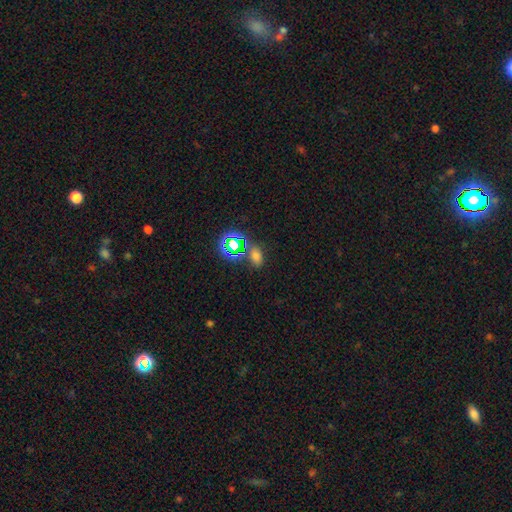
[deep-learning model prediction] This appears to be a smooth galaxy with no disk features (59%) that is in between round and cigar-shaped (74%). Merging: none (74%).